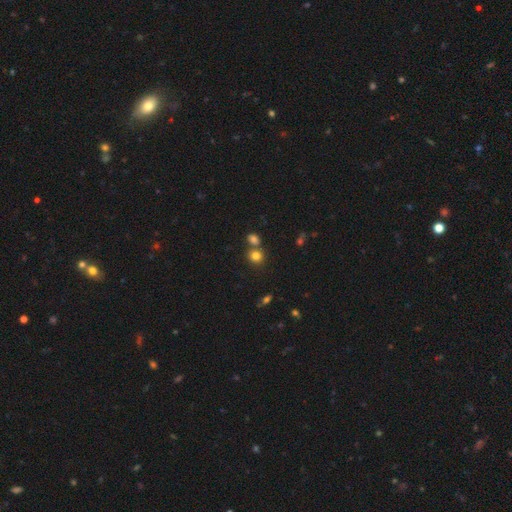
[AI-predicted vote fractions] Smooth or featured? smooth (79%)
How rounded? round (78%)
Merging? none (59%)